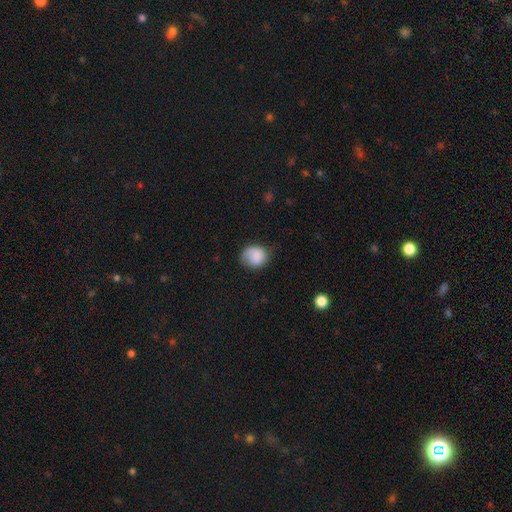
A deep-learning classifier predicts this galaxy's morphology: Overall: smooth (81%). How rounded: round (67%; in between 32%). Merging: none (61%; minor disturbance 27%).